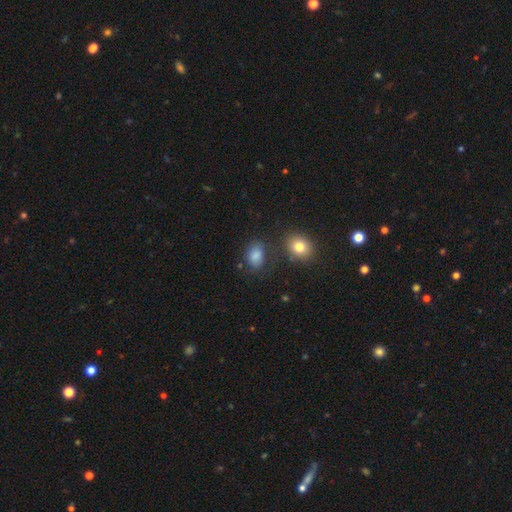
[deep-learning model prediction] smooth-or-featured: smooth: 84% | star or artifact: 11% | featured or disk: 6%
  how-rounded: in between: 80% | round: 19% | cigar-shaped: 1%
  merging: none: 69% | minor disturbance: 18% | merger: 7% | major disturbance: 6%